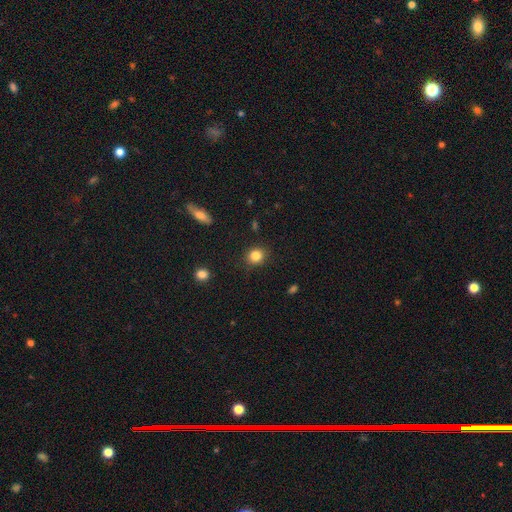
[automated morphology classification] type=smooth (84%); roundness=round (82%); merging=none (88%).